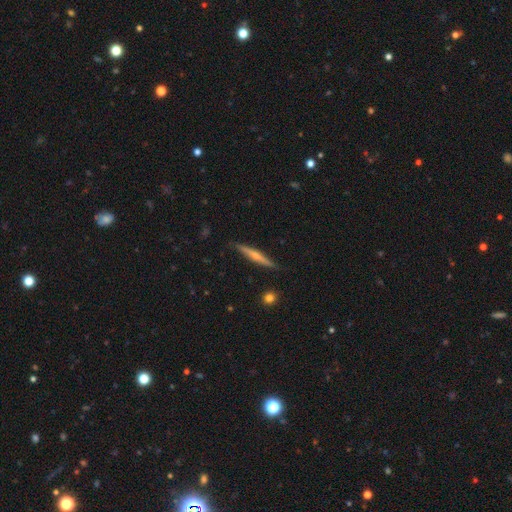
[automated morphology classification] smooth-or-featured: featured or disk: 63% | smooth: 31% | star or artifact: 6%
  disk-edge-on: yes: 97% | no: 3%
    edge-on-bulge: rounded: 78% | none: 18% | boxy: 4%
  merging: none: 86% | minor disturbance: 11% | major disturbance: 2% | merger: 1%